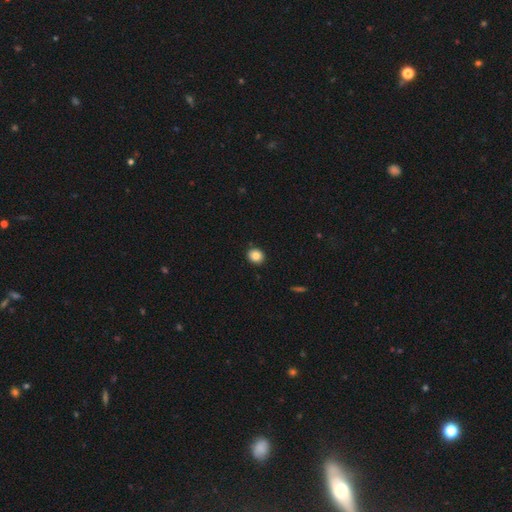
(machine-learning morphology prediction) Q: Smooth or featured?
A: smooth (84%); runner-up: star or artifact (10%)
Q: How rounded?
A: round (76%); runner-up: in between (24%)
Q: Merging?
A: none (91%); runner-up: minor disturbance (7%)